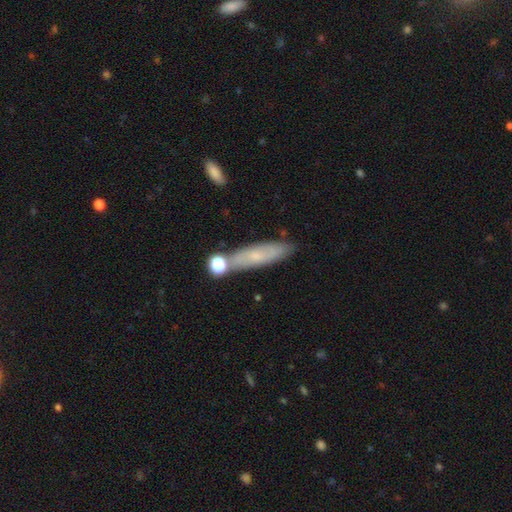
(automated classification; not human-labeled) Q: Smooth or featured?
A: smooth (58%); runner-up: featured or disk (33%)
Q: How rounded?
A: cigar-shaped (73%); runner-up: in between (25%)
Q: Merging?
A: none (71%); runner-up: minor disturbance (15%)